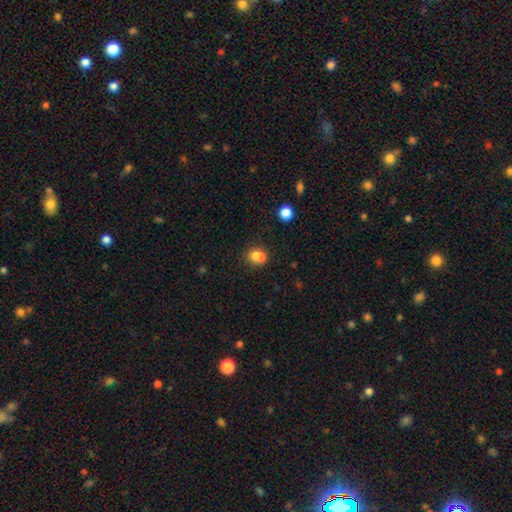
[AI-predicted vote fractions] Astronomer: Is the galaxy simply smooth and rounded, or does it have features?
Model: smooth — 74%.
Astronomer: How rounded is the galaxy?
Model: round — 57% (runner-up: in between, 41%).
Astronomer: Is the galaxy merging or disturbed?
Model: merger — 50% (runner-up: none, 36%).